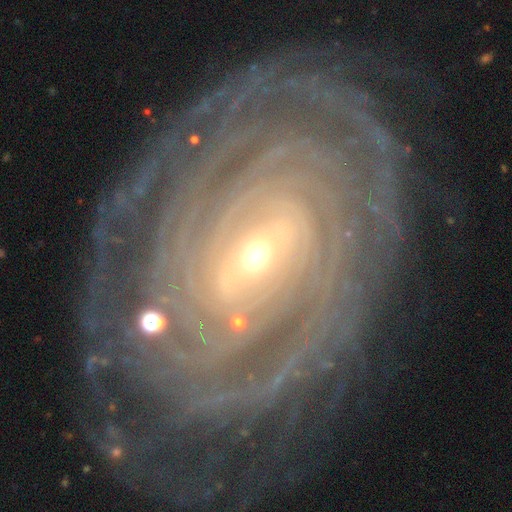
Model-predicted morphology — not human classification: type=featured or disk (85%); edge-on=no (95%); bar=weak (41%); spiral arms=yes (90%); winding=tight (83%); arm count=can't tell (45%); bulge=small (74%); merging=none (75%).